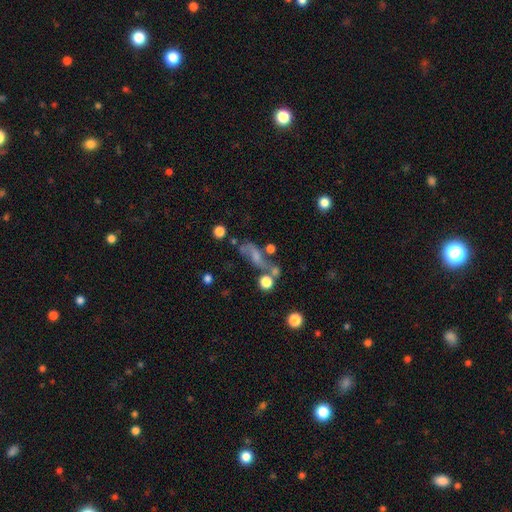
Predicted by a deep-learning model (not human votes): This is marginally a featured or disk galaxy (45%). Merging: marginally none (33%).